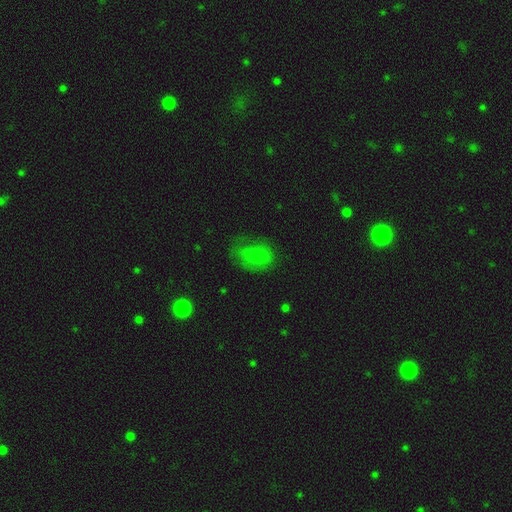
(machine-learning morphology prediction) Smooth or featured? smooth (70%)
How rounded? in between (71%)
Merging? none (55%)